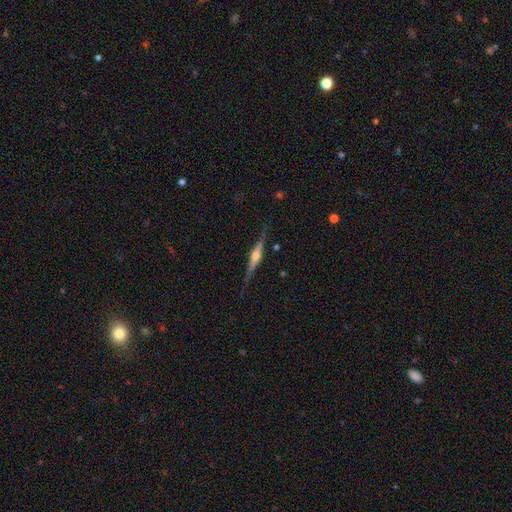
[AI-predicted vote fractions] A featured or disk galaxy (77%) viewed edge-on (98%) with a rounded central bulge (89%).

Vote fractions:
- Smooth or featured? featured or disk: 77% / smooth: 17% / star or artifact: 6%
- Edge-on disk? yes: 98% / no: 2%
- Edge-on bulge? rounded: 89% / boxy: 7% / none: 4%
- Merging? none: 83% / minor disturbance: 12% / major disturbance: 3% / merger: 1%